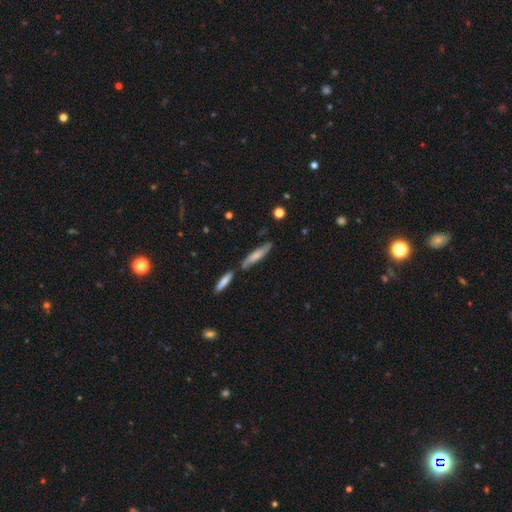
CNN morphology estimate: Smooth or featured: smooth — 52% (featured or disk — 42%)
How rounded: cigar-shaped — 85% (in between — 14%)
Merging: none — 66% (minor disturbance — 16%)